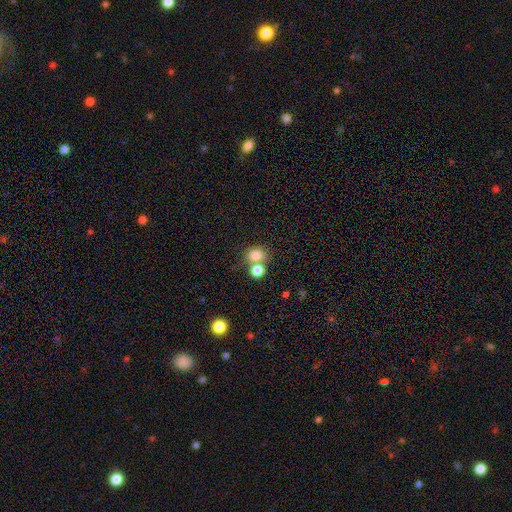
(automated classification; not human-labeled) Smooth or featured? Predicted: smooth (p=0.80). How rounded? Predicted: round (p=0.64). Merging? Predicted: none (p=0.47).